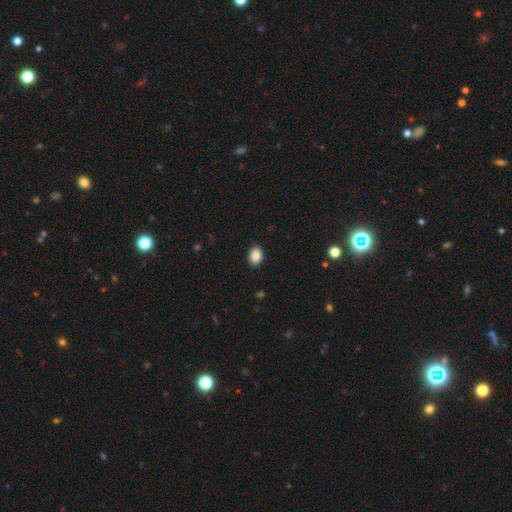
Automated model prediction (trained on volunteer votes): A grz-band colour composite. It shows a smooth galaxy with no disk features (89%) that is in between round and cigar-shaped (78%). Merging: none (89%).